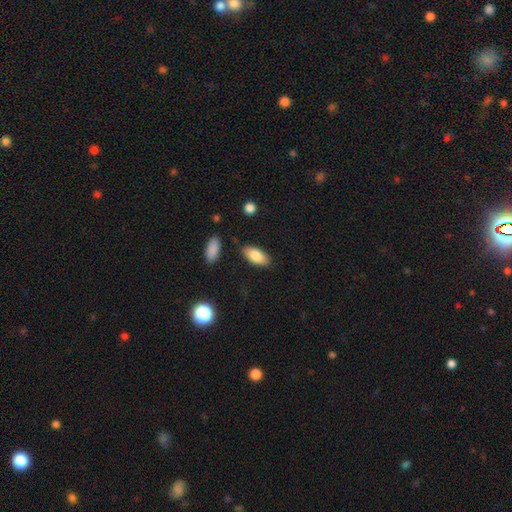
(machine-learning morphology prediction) The model was most divided on "merging": none: 85%, minor disturbance: 10%, merger: 3%, major disturbance: 2%. More confident: how rounded — in between (88%); smooth or featured — smooth (84%).